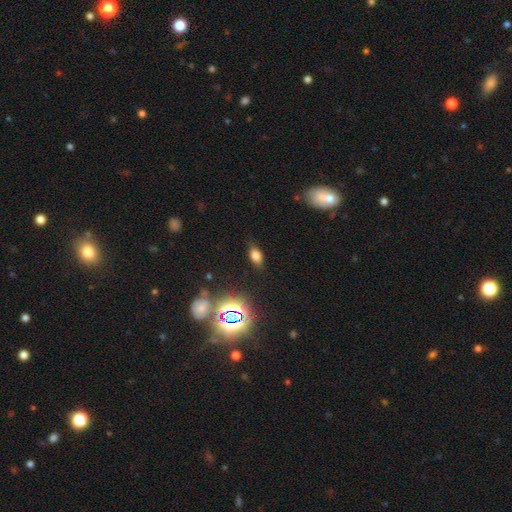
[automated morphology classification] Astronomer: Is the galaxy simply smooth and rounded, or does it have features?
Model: smooth — 67%.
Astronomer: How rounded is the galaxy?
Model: in between — 85%.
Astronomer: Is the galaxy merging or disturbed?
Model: none — 80%.